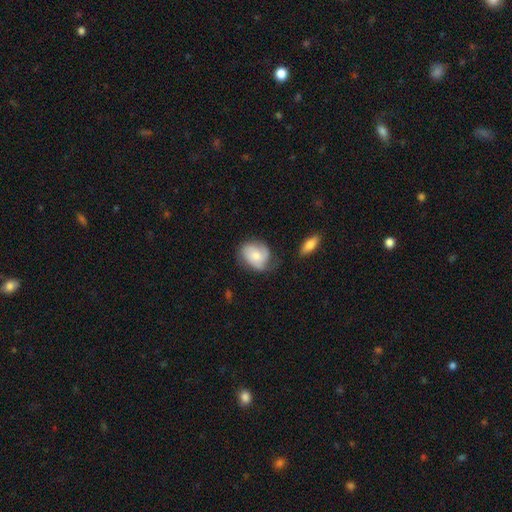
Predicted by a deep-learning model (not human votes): Smooth or featured? Predicted: smooth (p=0.53). How rounded? Predicted: in between (p=0.57). Merging? Predicted: none (p=0.50).